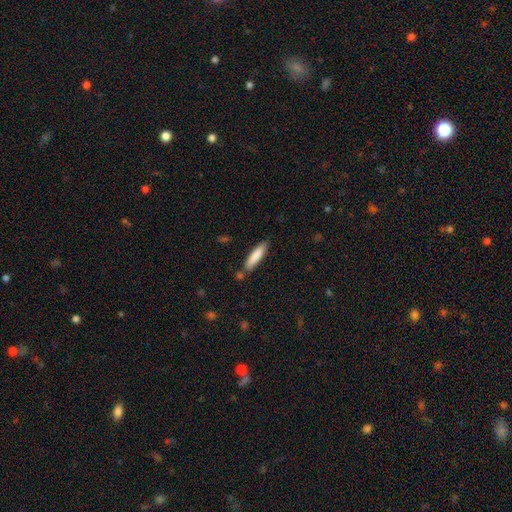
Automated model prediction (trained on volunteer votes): smooth_or_featured: smooth (p=0.82) [alt: featured or disk p=0.13]
how_rounded: cigar-shaped (p=0.80) [alt: in between p=0.19]
merging: none (p=0.78) [alt: minor disturbance p=0.14]